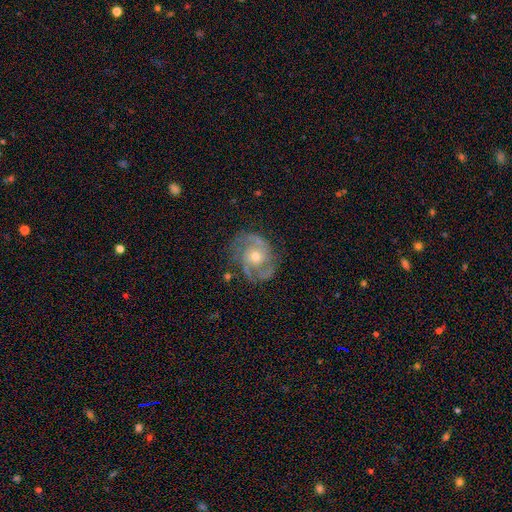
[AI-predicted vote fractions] A featured or disk galaxy (85%) with no bar (69%), 2 (59%) medium (47%) spiral arms (96%) and a moderate central bulge (63%). Merging: none (78%).